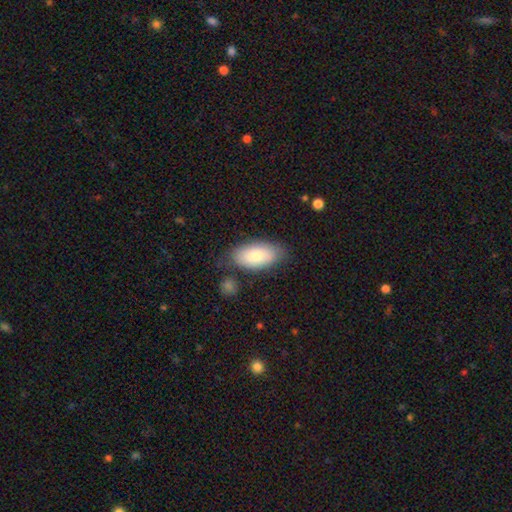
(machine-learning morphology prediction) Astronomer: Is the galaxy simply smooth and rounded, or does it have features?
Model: smooth — 77%.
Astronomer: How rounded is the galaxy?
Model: in between — 93%.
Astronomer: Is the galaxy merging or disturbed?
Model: none — 75%.